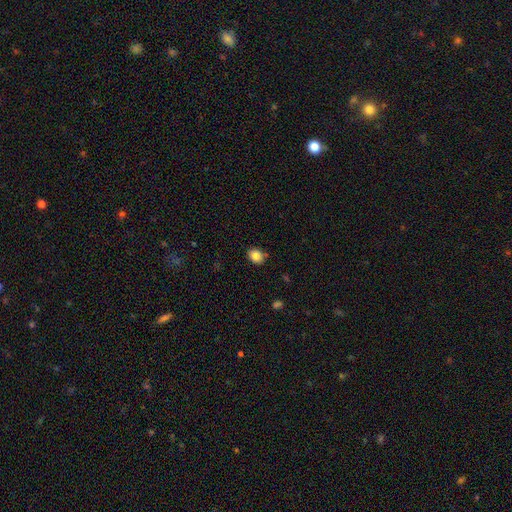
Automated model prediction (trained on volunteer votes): Smooth or featured: smooth — 83% (star or artifact — 10%)
How rounded: round — 52% (in between — 47%)
Merging: none — 85% (minor disturbance — 10%)